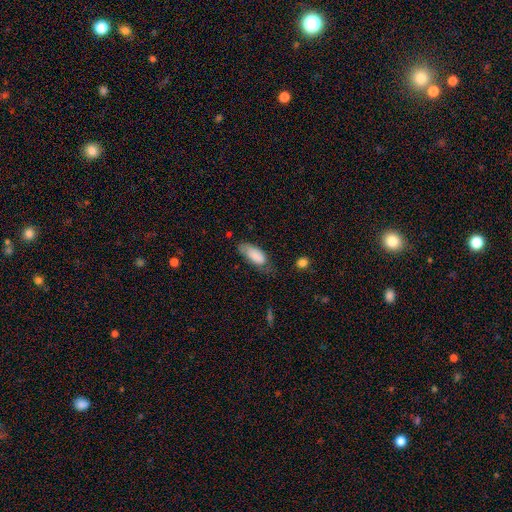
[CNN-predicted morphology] The model was most divided on "merging": none: 45%, minor disturbance: 36%, major disturbance: 16%, merger: 3%. More confident: how rounded — in between (85%); smooth or featured — smooth (83%).